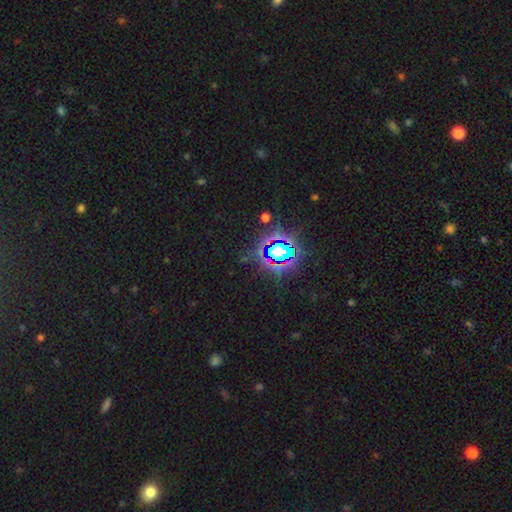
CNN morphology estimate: star or artifact 83%, smooth 11%, featured or disk 6%.